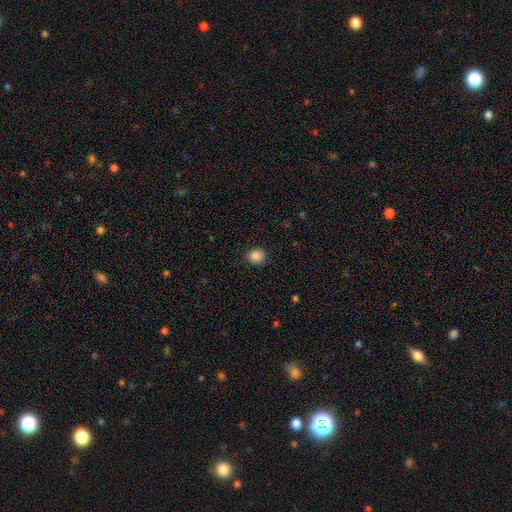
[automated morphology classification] Q: Smooth or featured?
A: smooth (87%); runner-up: star or artifact (10%)
Q: How rounded?
A: round (83%); runner-up: in between (16%)
Q: Merging?
A: none (89%); runner-up: minor disturbance (8%)